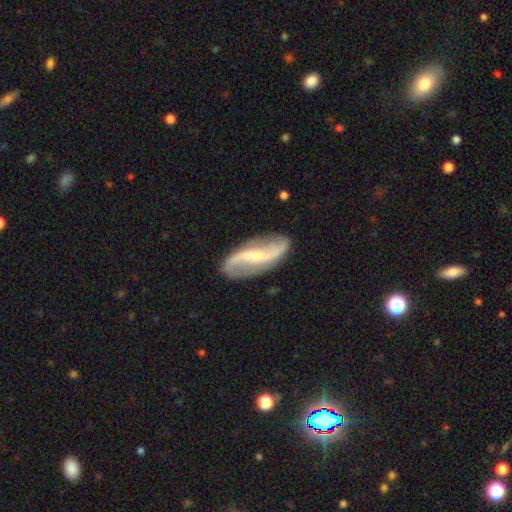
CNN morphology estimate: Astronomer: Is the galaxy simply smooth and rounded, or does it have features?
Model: featured or disk — 88%.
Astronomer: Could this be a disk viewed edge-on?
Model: no — 95%.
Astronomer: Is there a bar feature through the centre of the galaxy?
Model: strong — 37%, tied with weak at 37%.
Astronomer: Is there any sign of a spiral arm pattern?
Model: yes — 96%.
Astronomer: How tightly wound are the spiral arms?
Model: loose — 71%.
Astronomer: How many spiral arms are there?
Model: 2 — 93%.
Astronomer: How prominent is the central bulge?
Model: small — 62%.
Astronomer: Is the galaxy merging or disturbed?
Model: none — 83%.